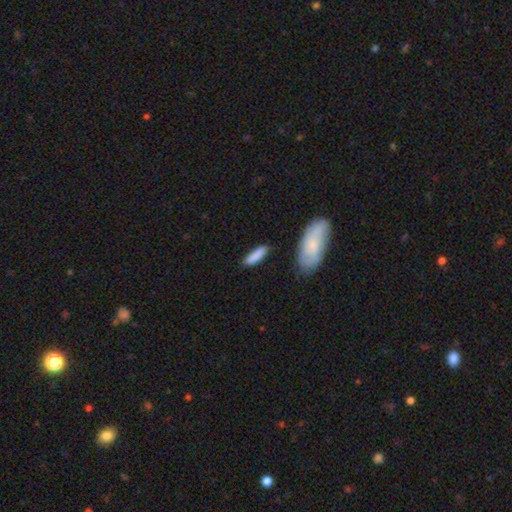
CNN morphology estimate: The model was most divided on "how rounded": cigar-shaped: 56%, in between: 42%, round: 2%. More confident: smooth or featured — smooth (85%); merging — none (78%).